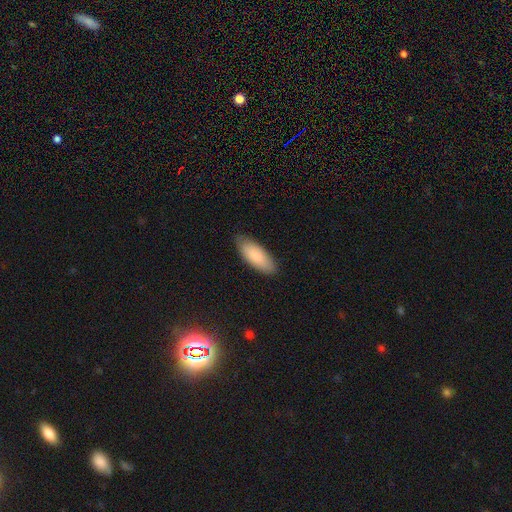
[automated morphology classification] Overall: smooth (85%). How rounded: in between (76%). Merging: none (84%).